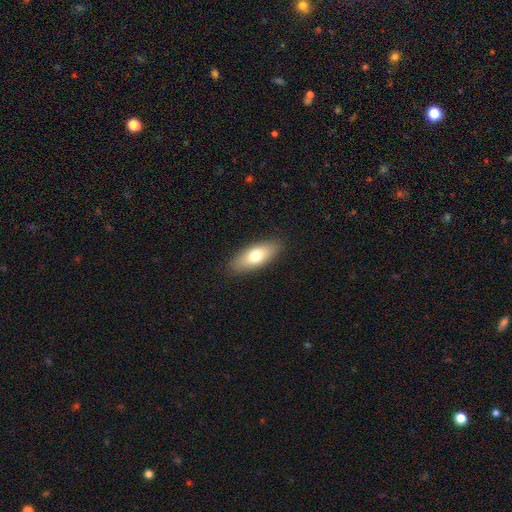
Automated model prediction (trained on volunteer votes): Smooth or featured?
  - smooth: 71% *
  - featured or disk: 22%
  - star or artifact: 7%
How rounded?
  - in between: 76% *
  - cigar-shaped: 21%
  - round: 3%
Merging?
  - none: 88% *
  - minor disturbance: 9%
  - major disturbance: 2%
  - merger: 1%